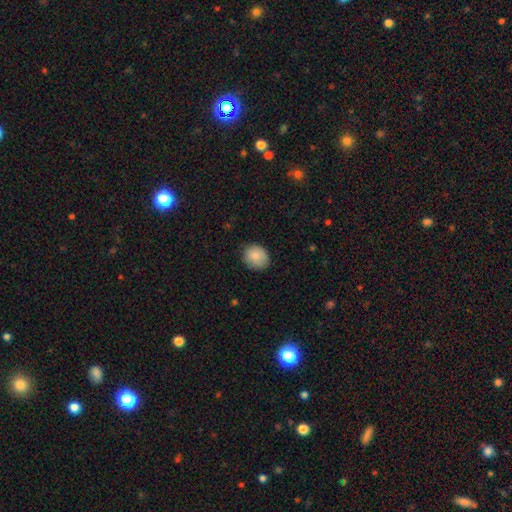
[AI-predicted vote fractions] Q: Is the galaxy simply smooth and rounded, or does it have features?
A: smooth — 85%.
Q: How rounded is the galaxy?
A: round — 71%.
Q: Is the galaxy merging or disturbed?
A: none — 82%.